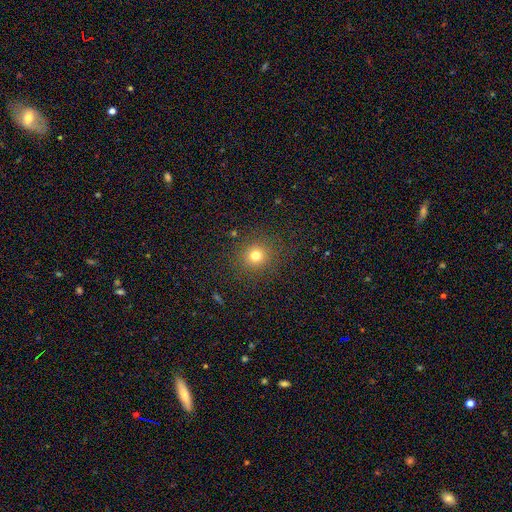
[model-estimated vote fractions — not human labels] Q: Smooth or featured?
A: smooth (77%); runner-up: star or artifact (16%)
Q: How rounded?
A: round (90%); runner-up: in between (9%)
Q: Merging?
A: none (87%); runner-up: minor disturbance (8%)